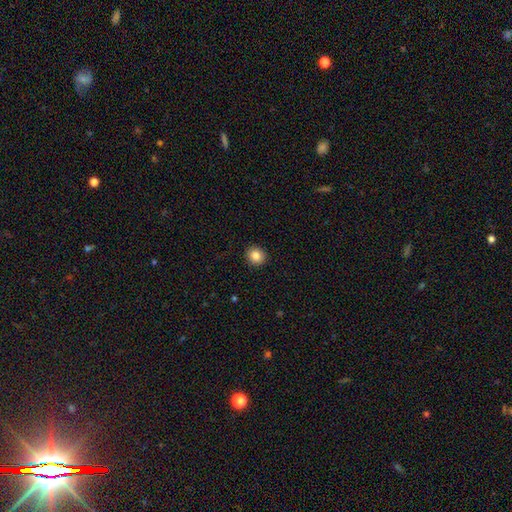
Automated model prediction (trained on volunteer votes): smooth_or_featured: smooth (p=0.84) [alt: star or artifact p=0.10]
how_rounded: round (p=0.89) [alt: in between p=0.10]
merging: none (p=0.92) [alt: minor disturbance p=0.05]